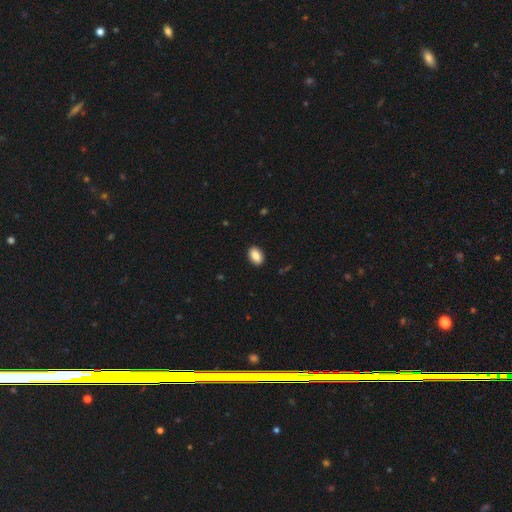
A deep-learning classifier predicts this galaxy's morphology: A smooth galaxy with no disk features (88%) that is in between round and cigar-shaped (85%).

Vote fractions:
- Smooth or featured? smooth: 88% / star or artifact: 7% / featured or disk: 5%
- How rounded? in between: 85% / round: 14% / cigar-shaped: 1%
- Merging? none: 90% / minor disturbance: 7% / major disturbance: 2% / merger: 1%